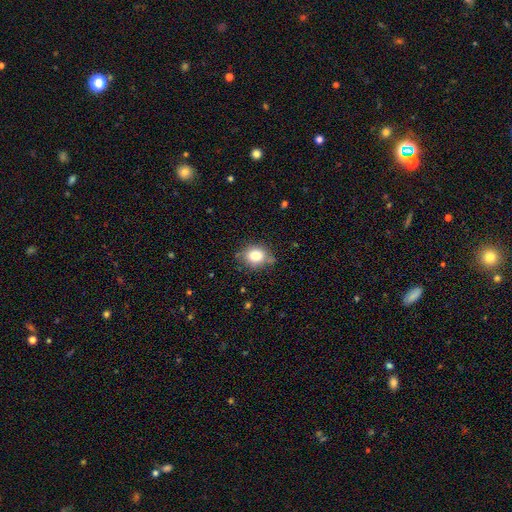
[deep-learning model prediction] Smooth or featured? Predicted: smooth (p=0.80). How rounded? Predicted: round (p=0.67). Merging? Predicted: none (p=0.75).